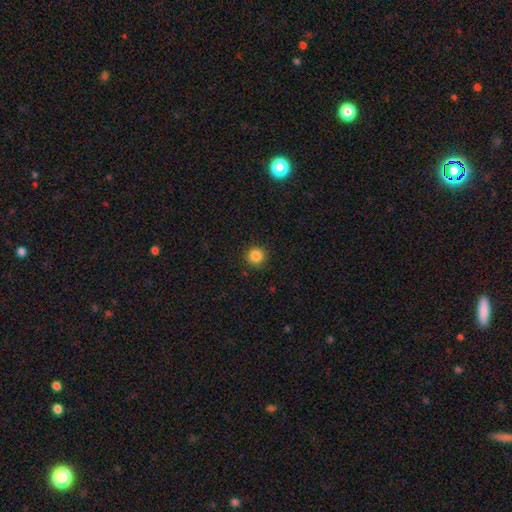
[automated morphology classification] smooth-or-featured: smooth: 86% | star or artifact: 10% | featured or disk: 4%
  how-rounded: round: 95% | in between: 4% | cigar-shaped: 1%
  merging: none: 91% | minor disturbance: 6% | major disturbance: 2% | merger: 1%